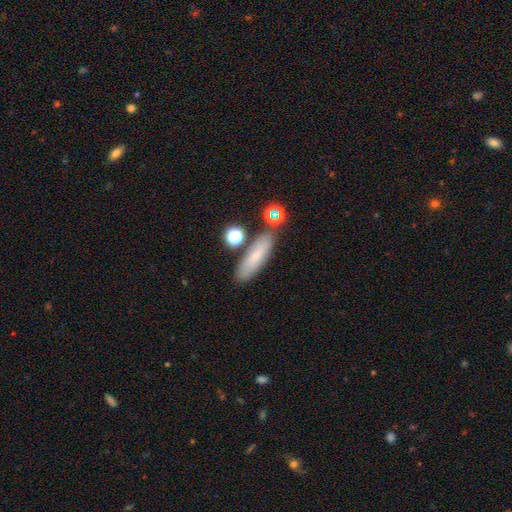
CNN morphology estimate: A smooth galaxy with no disk features (68%) that is cigar-shaped (55%).

Vote fractions:
- Smooth or featured? smooth: 68% / featured or disk: 21% / star or artifact: 11%
- How rounded? cigar-shaped: 55% / in between: 41% / round: 4%
- Merging? none: 78% / minor disturbance: 12% / merger: 7% / major disturbance: 3%